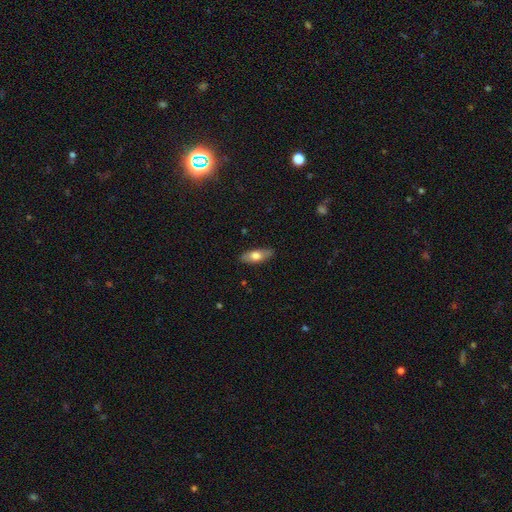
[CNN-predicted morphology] smooth-or-featured: smooth: 65% | featured or disk: 29% | star or artifact: 6%
  how-rounded: in between: 72% | cigar-shaped: 25% | round: 3%
  merging: none: 87% | minor disturbance: 10% | major disturbance: 2% | merger: 1%